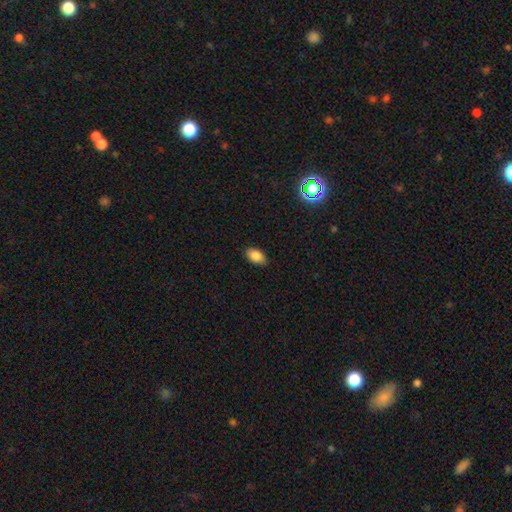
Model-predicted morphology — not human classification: smooth_or_featured: smooth (p=0.86) [alt: star or artifact p=0.09]
how_rounded: in between (p=0.92) [alt: round p=0.06]
merging: none (p=0.85) [alt: minor disturbance p=0.12]